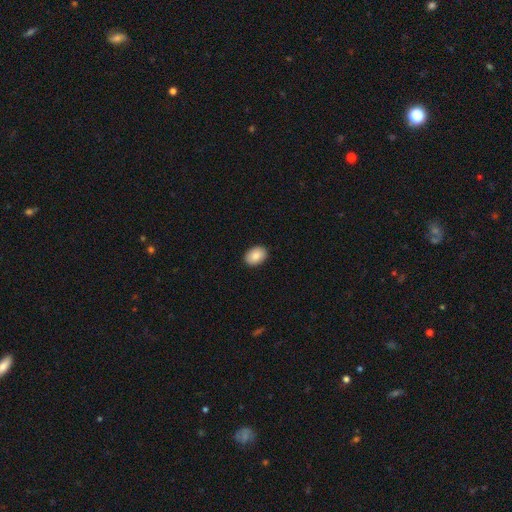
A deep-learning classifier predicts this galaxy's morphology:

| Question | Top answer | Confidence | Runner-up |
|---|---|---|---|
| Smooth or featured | smooth | 86% | star or artifact (7%) |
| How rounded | in between | 78% | round (21%) |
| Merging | none | 90% | minor disturbance (7%) |